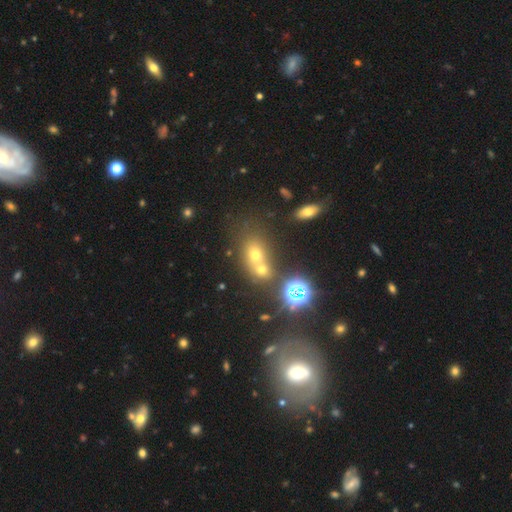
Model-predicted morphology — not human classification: Q: Smooth or featured?
A: smooth (51%); runner-up: star or artifact (30%)
Q: How rounded?
A: round (51%); runner-up: in between (46%)
Q: Merging?
A: none (50%); runner-up: merger (33%)